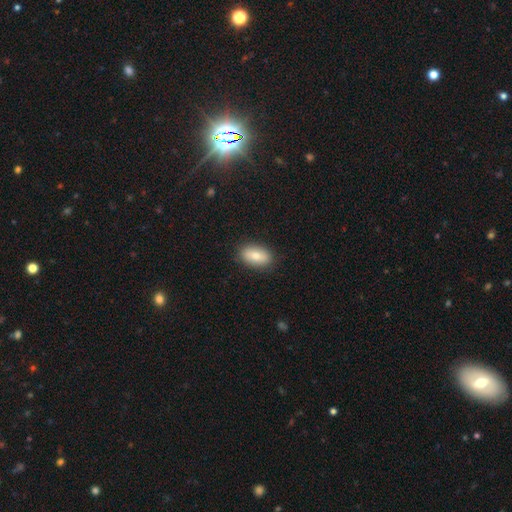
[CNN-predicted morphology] Overall: smooth (77%). How rounded: in between (90%). Merging: none (87%).